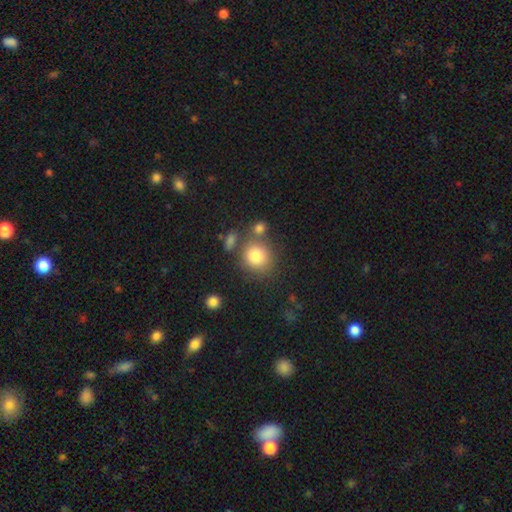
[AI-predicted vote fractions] Morphology: type=smooth (81%); roundness=round (83%); merging=none (65%).